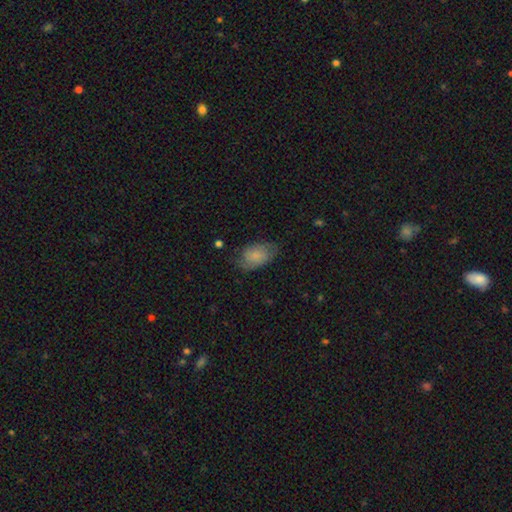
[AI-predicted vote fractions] Smooth or featured?
  - smooth: 74% *
  - featured or disk: 18%
  - star or artifact: 7%
How rounded?
  - in between: 90% *
  - round: 8%
  - cigar-shaped: 2%
Merging?
  - none: 63% *
  - minor disturbance: 27%
  - major disturbance: 9%
  - merger: 1%